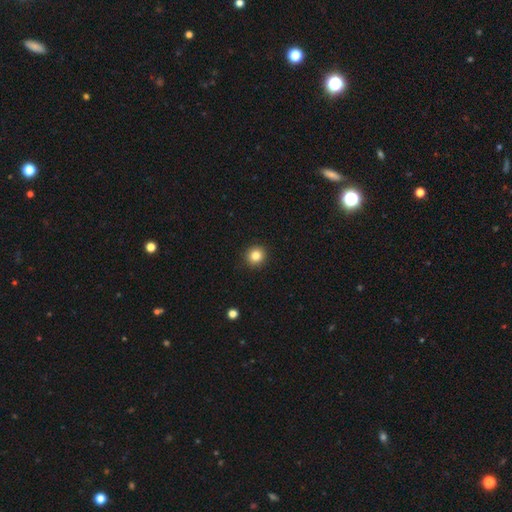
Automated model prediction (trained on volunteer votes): Smooth or featured? smooth (83%)
How rounded? round (92%)
Merging? none (92%)